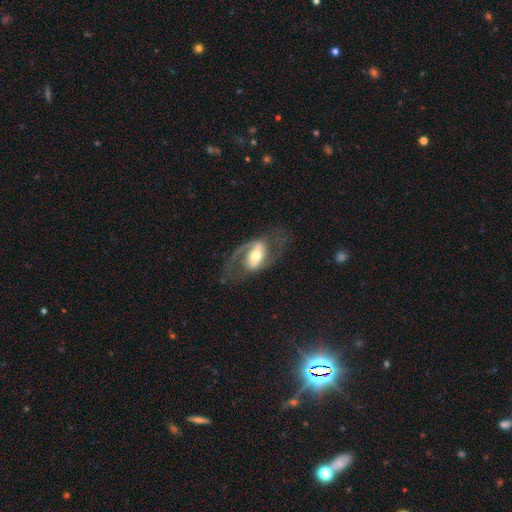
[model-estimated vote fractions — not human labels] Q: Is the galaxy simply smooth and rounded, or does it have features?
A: featured or disk — 81%.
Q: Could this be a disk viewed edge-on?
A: no — 95%.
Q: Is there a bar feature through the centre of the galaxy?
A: strong — 45%.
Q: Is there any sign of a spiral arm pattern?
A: yes — 87%.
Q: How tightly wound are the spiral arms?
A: medium — 50%.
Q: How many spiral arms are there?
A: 2 — 84%.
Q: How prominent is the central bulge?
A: moderate — 65%.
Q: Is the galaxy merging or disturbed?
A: none — 64%.